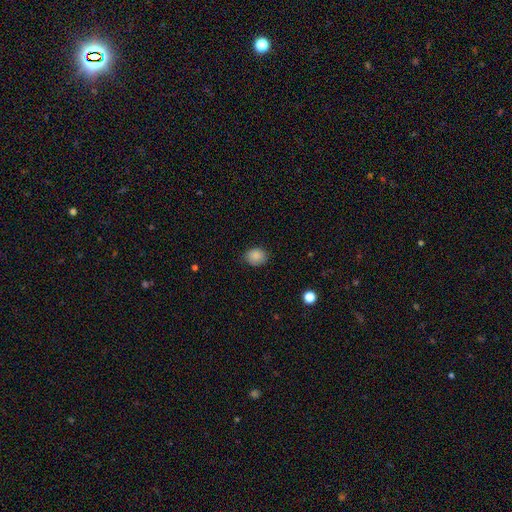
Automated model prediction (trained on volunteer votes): A smooth galaxy with no disk features (87%) that is round (57%).

Vote fractions:
- Smooth or featured? smooth: 87% / star or artifact: 9% / featured or disk: 4%
- How rounded? round: 57% / in between: 43% / cigar-shaped: 1%
- Merging? none: 80% / minor disturbance: 16% / major disturbance: 3% / merger: 1%